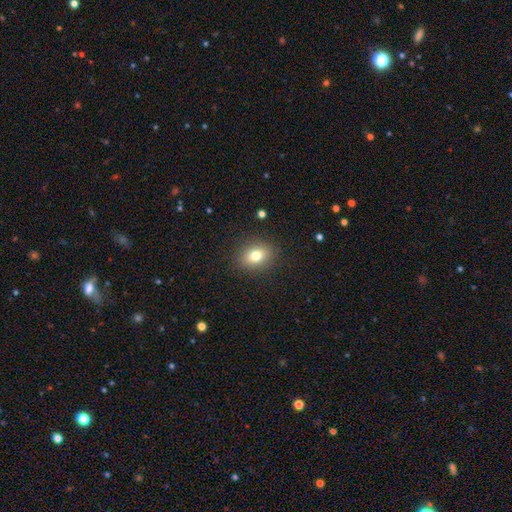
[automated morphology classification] A smooth galaxy with no disk features (77%) that is in between round and cigar-shaped (65%).

Vote fractions:
- Smooth or featured? smooth: 77% / featured or disk: 12% / star or artifact: 11%
- How rounded? in between: 65% / round: 34% / cigar-shaped: 1%
- Merging? none: 88% / minor disturbance: 8% / major disturbance: 3% / merger: 1%